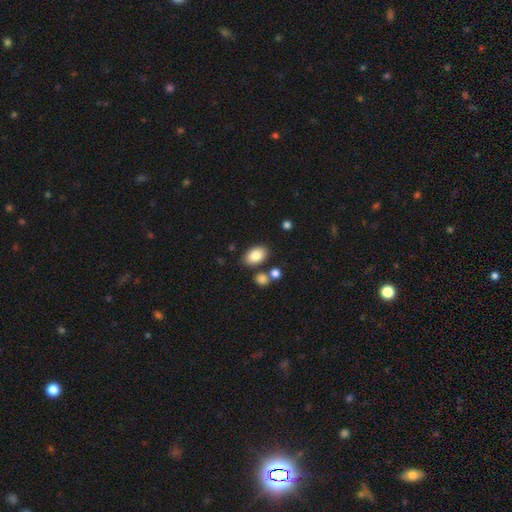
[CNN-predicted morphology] Smooth or featured? smooth (85%)
How rounded? in between (89%)
Merging? none (76%)